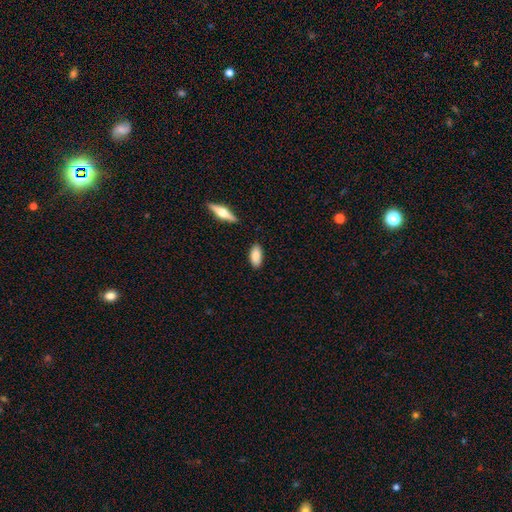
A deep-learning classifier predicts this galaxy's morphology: This is clearly a smooth galaxy (84%). How rounded: clearly in between (86%). Merging: clearly none (85%).